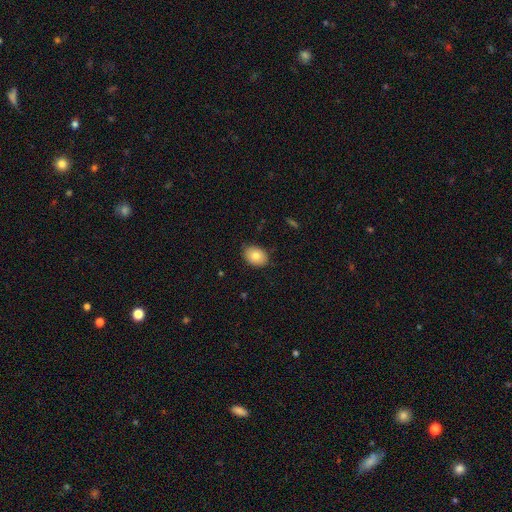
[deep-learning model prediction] This appears to be a smooth galaxy with no disk features (80%) that is in between round and cigar-shaped (69%). Merging: none (82%).